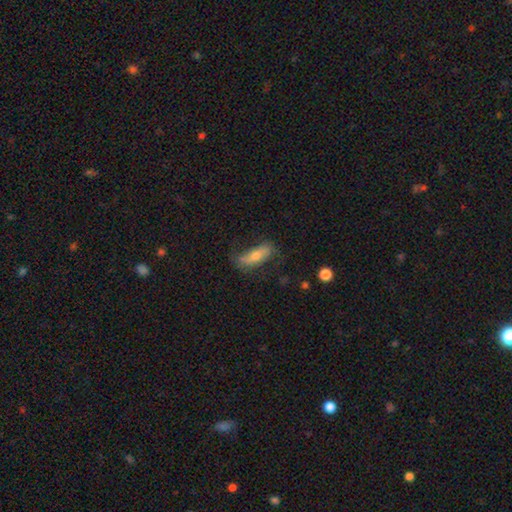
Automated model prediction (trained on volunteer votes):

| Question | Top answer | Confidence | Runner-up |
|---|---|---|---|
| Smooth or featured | smooth | 52% | featured or disk (40%) |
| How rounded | in between | 58% | cigar-shaped (38%) |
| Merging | none | 64% | minor disturbance (24%) |